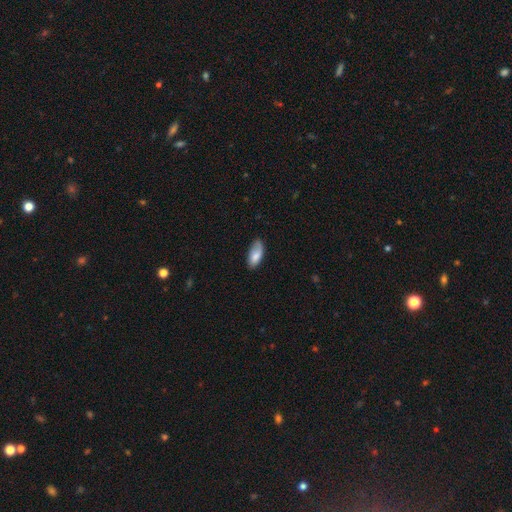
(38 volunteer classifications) Q: Smooth or featured?
A: smooth (71%); runner-up: featured or disk (24%)
Q: How rounded?
A: in between (96%); runner-up: cigar-shaped (4%)
Q: Merging?
A: minor disturbance (42%); runner-up: none (36%)